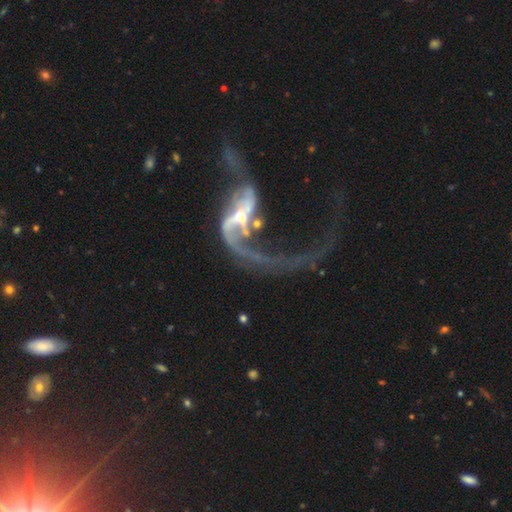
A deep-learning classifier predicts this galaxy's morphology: featured or disk 86%, star or artifact 8%, smooth 7%. Down the decision tree: edge-on disk — no (95%); bar — no (38%); spiral arms — yes (89%); spiral arm count — 2 (62%); spiral winding — loose (85%); bulge size — small (50%); merging — major disturbance (46%).